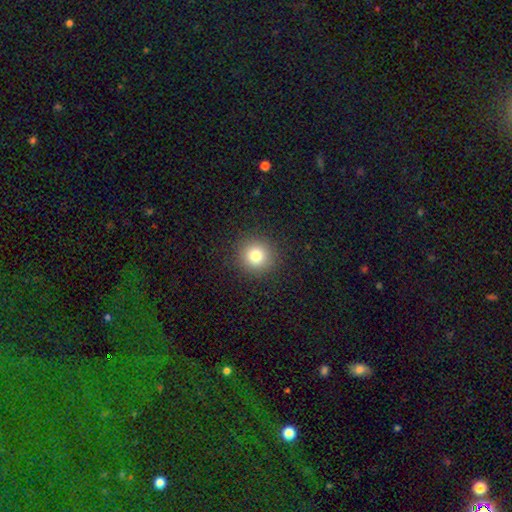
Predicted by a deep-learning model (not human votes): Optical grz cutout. It shows a smooth galaxy with no disk features (80%) that is round (93%). Merging: none (91%).